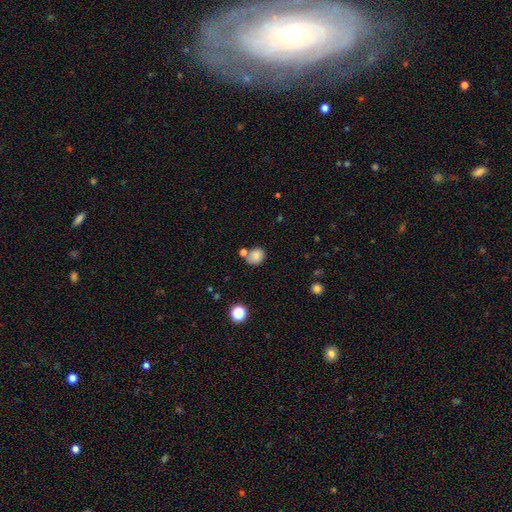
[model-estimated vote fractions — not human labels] The model was most divided on "how rounded": round: 64%, in between: 35%, cigar-shaped: 1%. More confident: smooth or featured — smooth (81%); merging — none (61%).